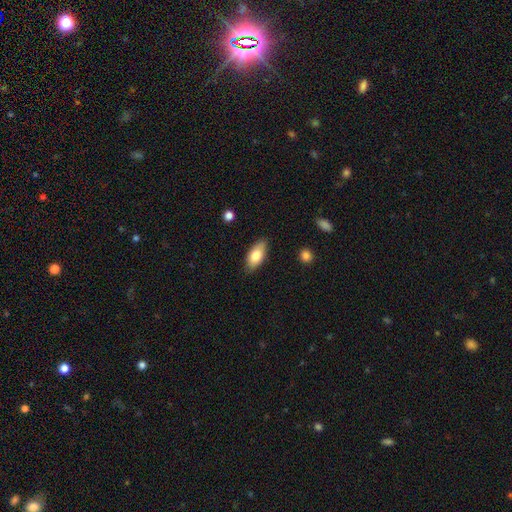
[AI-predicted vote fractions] smooth-or-featured: smooth: 78% | featured or disk: 15% | star or artifact: 6%
  how-rounded: in between: 88% | cigar-shaped: 9% | round: 3%
  merging: none: 83% | minor disturbance: 13% | major disturbance: 2% | merger: 1%